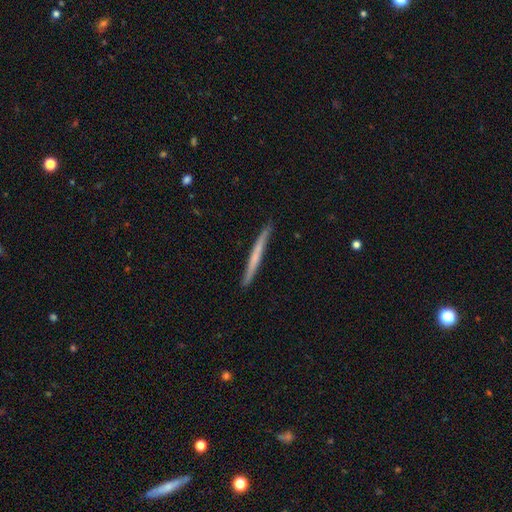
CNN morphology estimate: Smooth or featured? smooth (48%)
Merging? none (90%)